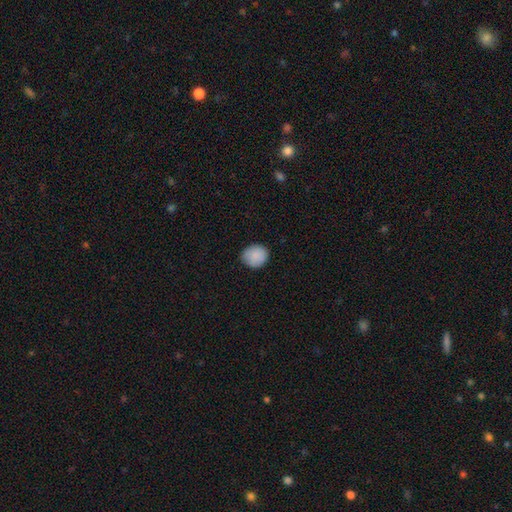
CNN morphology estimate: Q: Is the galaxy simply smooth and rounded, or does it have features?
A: smooth — 88%.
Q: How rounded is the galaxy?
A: round — 80%.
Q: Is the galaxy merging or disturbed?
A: none — 82%.